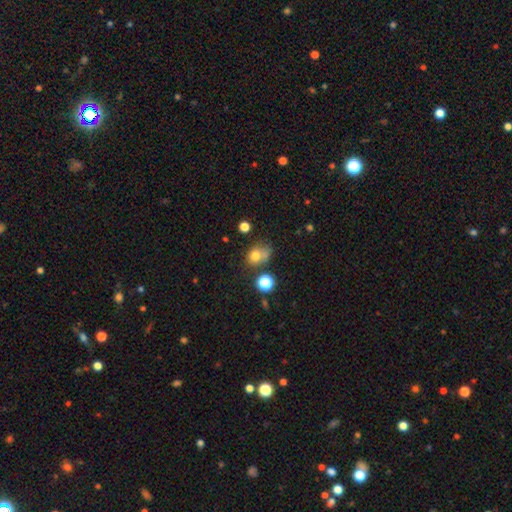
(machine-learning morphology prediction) smooth_or_featured: smooth (p=0.73) [alt: star or artifact p=0.15]
how_rounded: round (p=0.57) [alt: in between p=0.42]
merging: none (p=0.44) [alt: merger p=0.24]